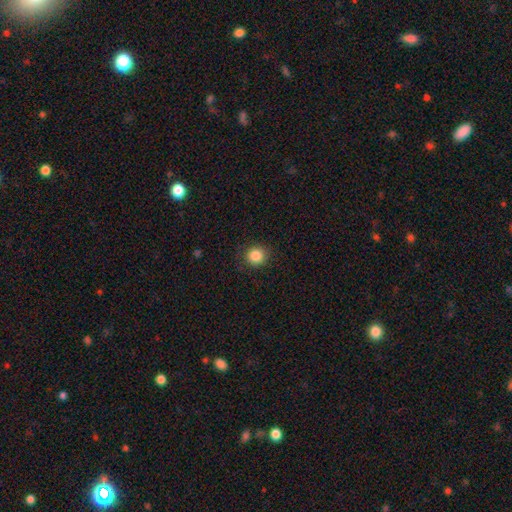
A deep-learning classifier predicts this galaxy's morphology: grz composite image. It shows a smooth galaxy with no disk features (85%) that is round (89%). Merging: none (86%).